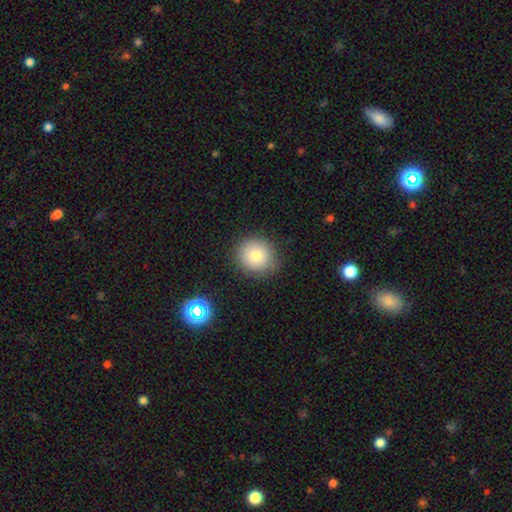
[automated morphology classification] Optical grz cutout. It shows a smooth galaxy with no disk features (79%) that is round (89%). Merging: none (83%).